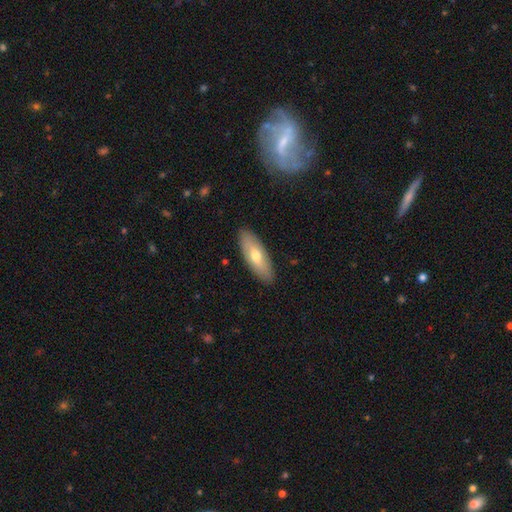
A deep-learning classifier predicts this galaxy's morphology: This appears to be a smooth galaxy with no disk features (62%) that is in between round and cigar-shaped (65%). Merging: none (89%).